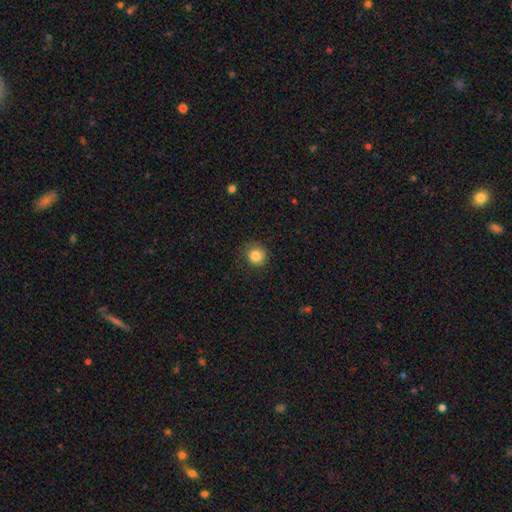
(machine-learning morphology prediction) smooth_or_featured: smooth (p=0.84) [alt: star or artifact p=0.11]
how_rounded: round (p=0.90) [alt: in between p=0.09]
merging: none (p=0.83) [alt: minor disturbance p=0.12]